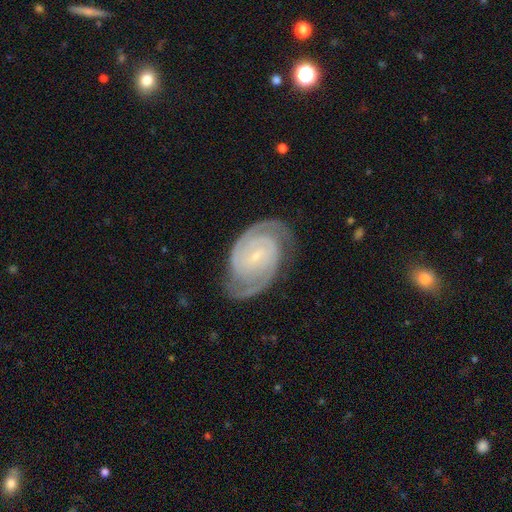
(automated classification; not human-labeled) Overall: featured or disk (91%). Edge-on disk: no (98%). Bar: weak (42%; no 41%). Spiral arms: yes (98%). Spiral arm count: 2 (83%). Spiral winding: tight (68%). Bulge size: small (83%). Merging: none (78%).